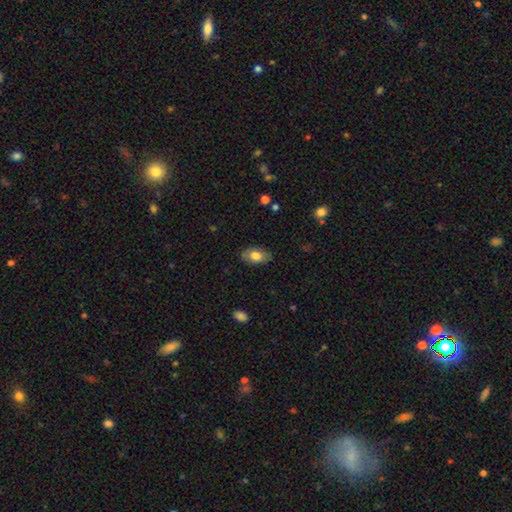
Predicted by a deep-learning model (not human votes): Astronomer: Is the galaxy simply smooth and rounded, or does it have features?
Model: smooth — 74%.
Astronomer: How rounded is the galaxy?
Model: in between — 92%.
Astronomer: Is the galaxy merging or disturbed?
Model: none — 84%.